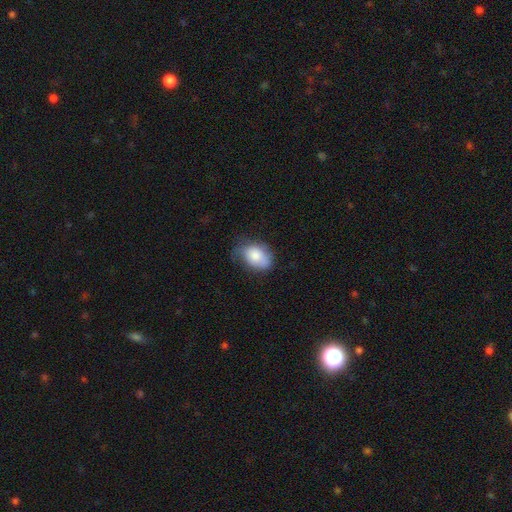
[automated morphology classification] Smooth or featured? Predicted: smooth (p=0.78). How rounded? Predicted: in between (p=0.81). Merging? Predicted: none (p=0.51).